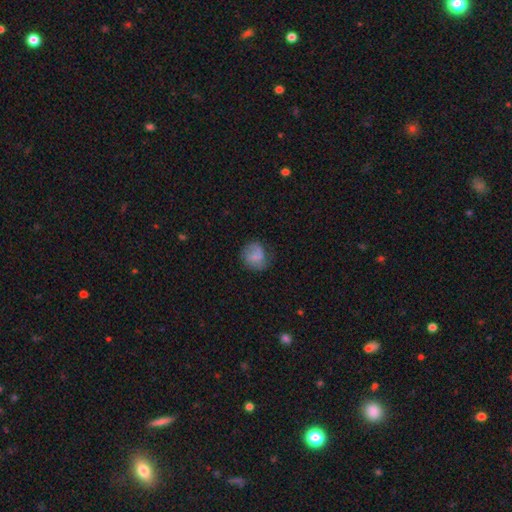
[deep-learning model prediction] Overall: smooth (70%). How rounded: round (78%). Merging: none (57%; minor disturbance 27%).